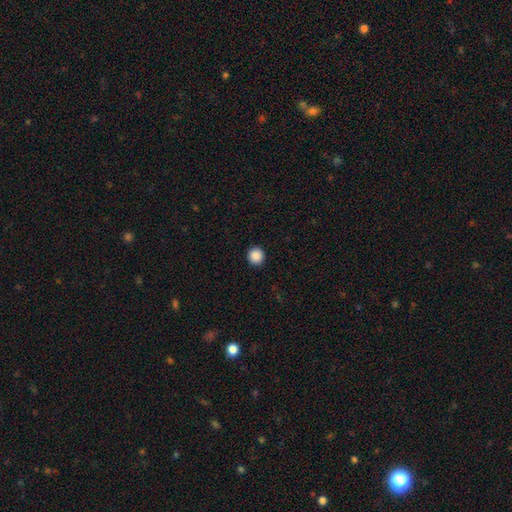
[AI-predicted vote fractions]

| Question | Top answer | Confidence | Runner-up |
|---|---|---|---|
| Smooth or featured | smooth | 89% | star or artifact (9%) |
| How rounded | round | 94% | in between (5%) |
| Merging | none | 93% | minor disturbance (4%) |